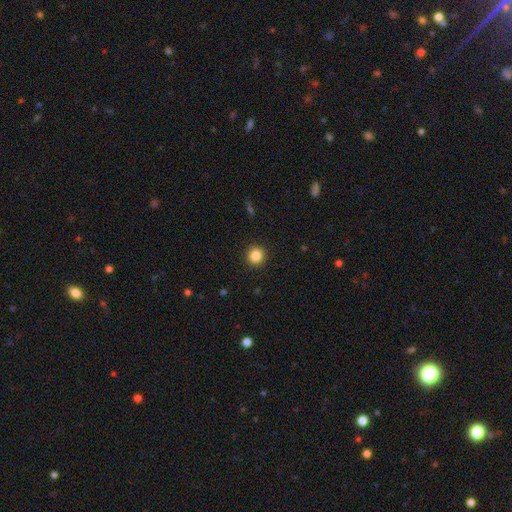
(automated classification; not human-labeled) Morphology: type=smooth (85%); roundness=round (92%); merging=none (92%).